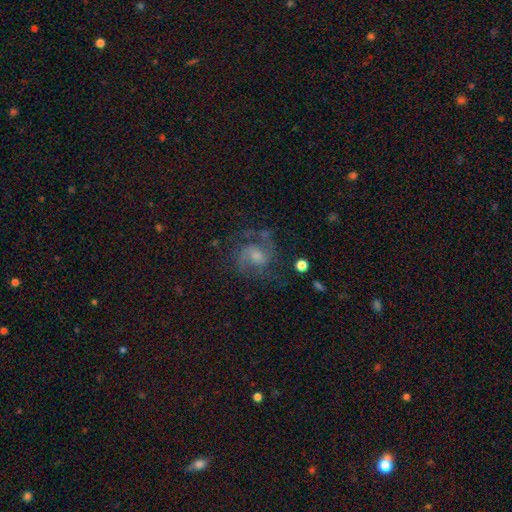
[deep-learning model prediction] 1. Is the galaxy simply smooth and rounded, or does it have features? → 73% featured or disk, 16% smooth, 11% star or artifact.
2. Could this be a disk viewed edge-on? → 98% no, 2% yes.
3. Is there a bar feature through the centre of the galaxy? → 57% no, 37% weak, 6% strong.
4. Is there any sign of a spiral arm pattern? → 92% yes, 8% no.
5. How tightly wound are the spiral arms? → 55% medium, 23% tight, 22% loose.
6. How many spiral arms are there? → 72% 2, 12% can't tell, 7% 3, 5% 1, 2% 4, 2% more than 4.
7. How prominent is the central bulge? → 46% small, 39% moderate, 8% none, 6% large, 2% dominant.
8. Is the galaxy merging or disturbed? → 61% none, 19% minor disturbance, 17% major disturbance, 4% merger.